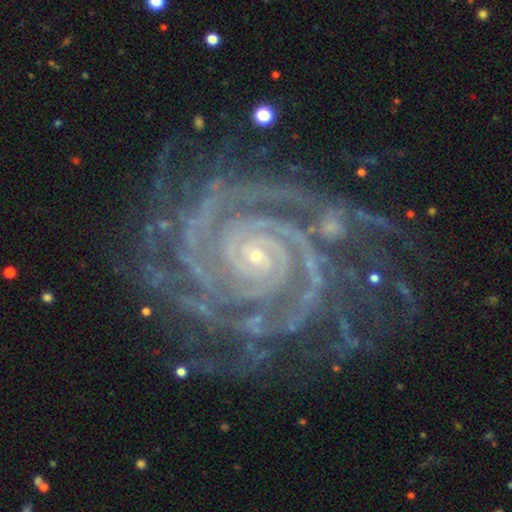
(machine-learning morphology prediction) featured or disk 91%, star or artifact 6%, smooth 2%. Down the decision tree: edge-on disk — no (98%); bar — no (76%); spiral arms — yes (99%); spiral arm count — 2 (39%); spiral winding — tight (85%); bulge size — small (84%); merging — none (75%).